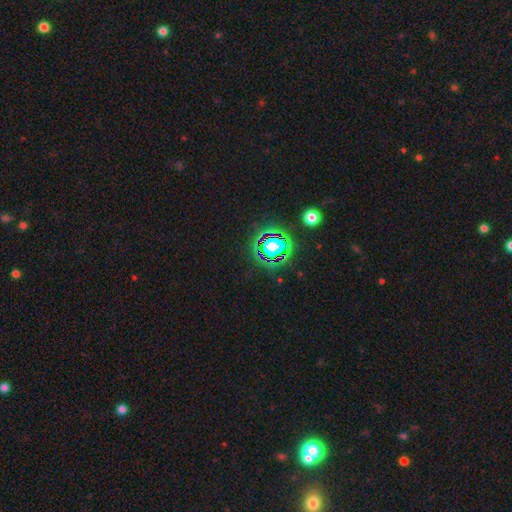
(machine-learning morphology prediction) smooth-or-featured: star or artifact: 80% | smooth: 13% | featured or disk: 7%